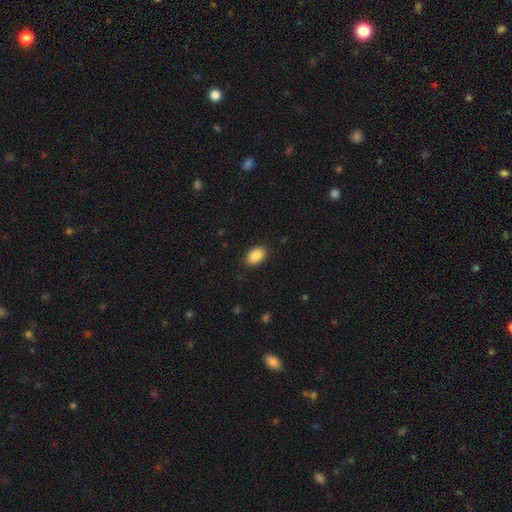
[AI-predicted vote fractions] Smooth or featured: smooth — 89% (star or artifact — 7%)
How rounded: in between — 92% (round — 7%)
Merging: none — 89% (minor disturbance — 8%)